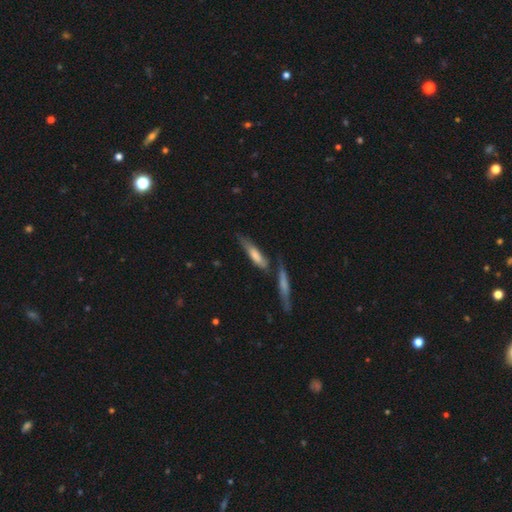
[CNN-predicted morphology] Overall: smooth (64%; featured or disk 30%). How rounded: cigar-shaped (70%). Merging: none (47%; merger 26%).